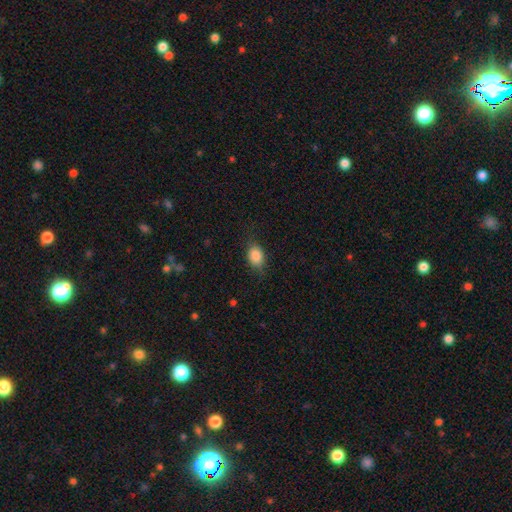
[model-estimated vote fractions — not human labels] Smooth or featured: smooth — 85% (star or artifact — 8%)
How rounded: in between — 70% (round — 28%)
Merging: none — 73% (minor disturbance — 20%)